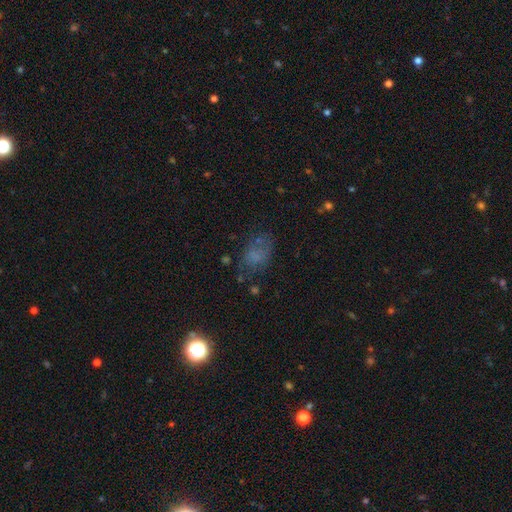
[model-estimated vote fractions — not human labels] Smooth or featured: smooth — 55% (featured or disk — 25%)
How rounded: in between — 79% (round — 19%)
Merging: none — 51% (minor disturbance — 23%)